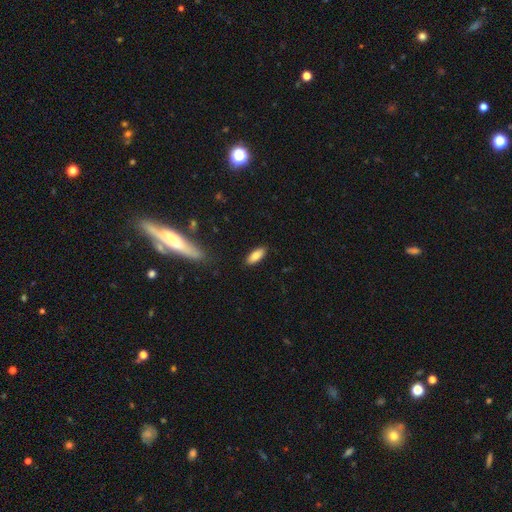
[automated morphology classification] Smooth or featured: smooth — 85% (featured or disk — 9%)
How rounded: in between — 77% (cigar-shaped — 21%)
Merging: none — 87% (minor disturbance — 9%)